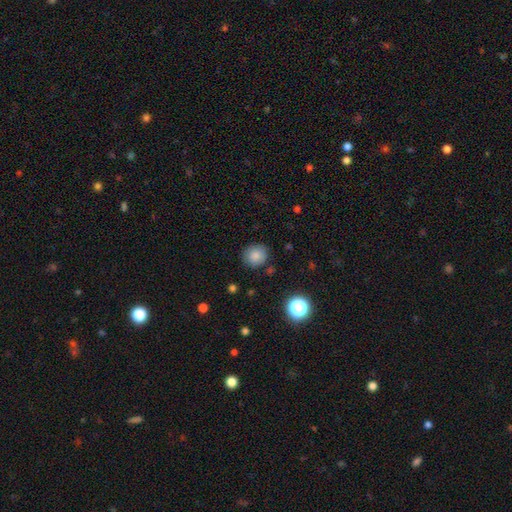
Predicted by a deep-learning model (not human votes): smooth_or_featured: smooth (p=0.83) [alt: star or artifact p=0.11]
how_rounded: round (p=0.87) [alt: in between p=0.12]
merging: none (p=0.86) [alt: minor disturbance p=0.10]